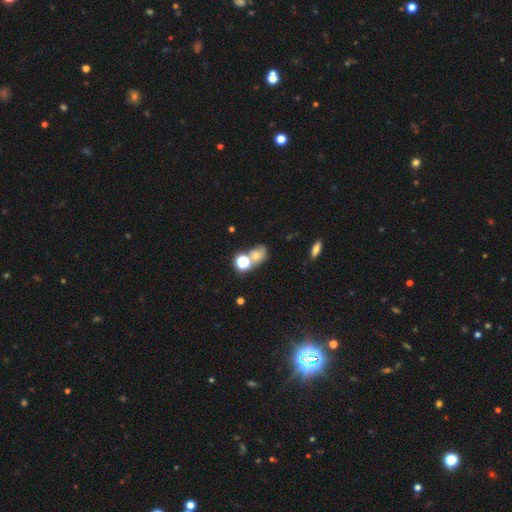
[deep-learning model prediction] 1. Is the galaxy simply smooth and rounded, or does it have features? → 53% smooth, 26% star or artifact, 21% featured or disk.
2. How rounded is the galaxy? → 52% round, 47% in between, 2% cigar-shaped.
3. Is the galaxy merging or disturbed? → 38% merger, 37% none, 15% minor disturbance, 10% major disturbance.